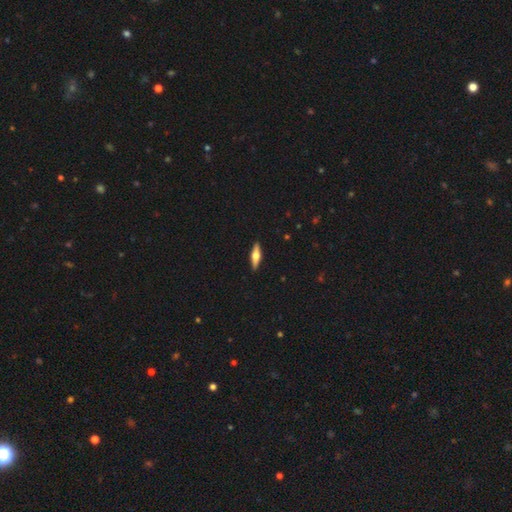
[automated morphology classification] This appears to be a featured or disk galaxy (60%) viewed edge-on (96%) with a rounded central bulge (94%). Merging: none (91%).